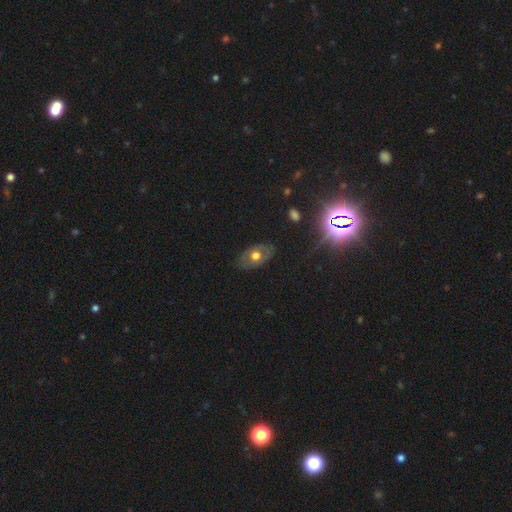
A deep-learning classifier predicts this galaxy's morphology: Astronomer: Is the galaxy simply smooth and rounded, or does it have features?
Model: featured or disk — 46% (runner-up: smooth, 45%).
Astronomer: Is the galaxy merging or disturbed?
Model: none — 79%.